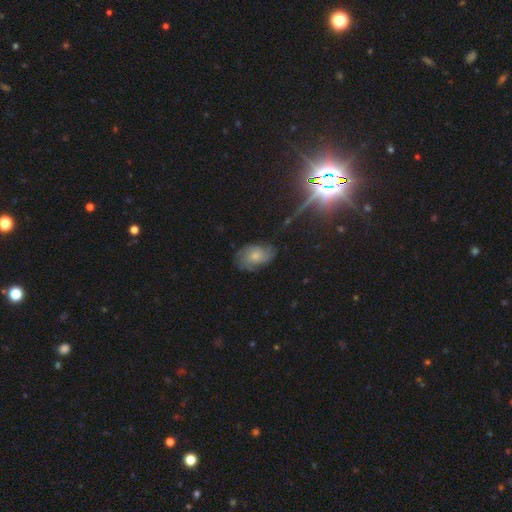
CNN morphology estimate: Smooth or featured? featured or disk (47%)
Merging? none (69%)